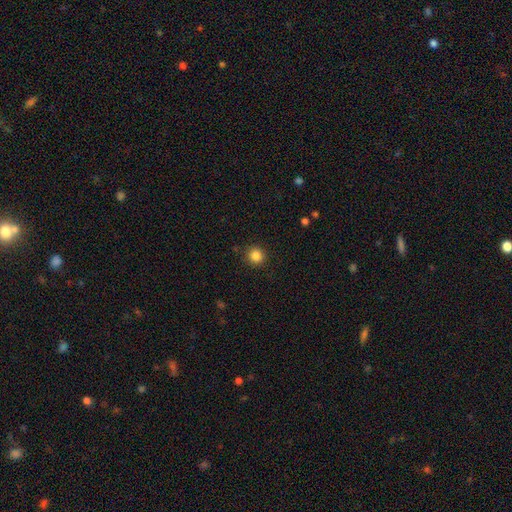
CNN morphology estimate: Smooth or featured? Predicted: smooth (p=0.85). How rounded? Predicted: round (p=0.93). Merging? Predicted: none (p=0.90).